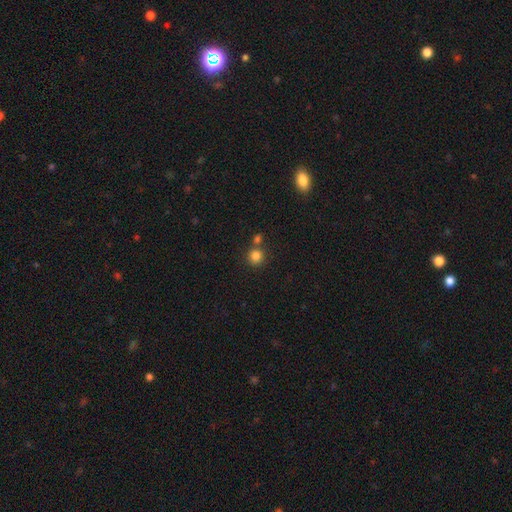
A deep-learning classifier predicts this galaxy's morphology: Smooth or featured? Predicted: smooth (p=0.83). How rounded? Predicted: round (p=0.92). Merging? Predicted: none (p=0.69).